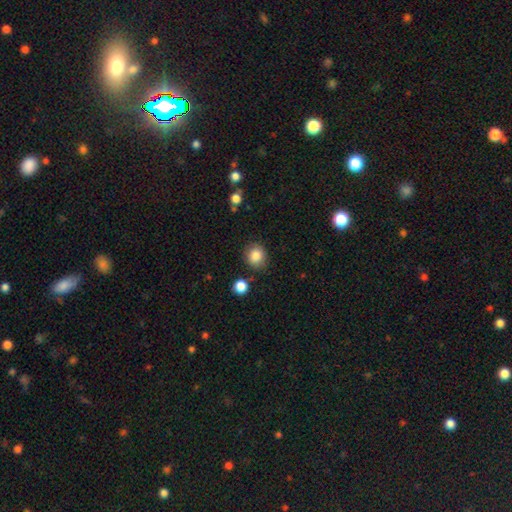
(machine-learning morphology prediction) Smooth or featured? smooth (85%)
How rounded? round (82%)
Merging? none (84%)